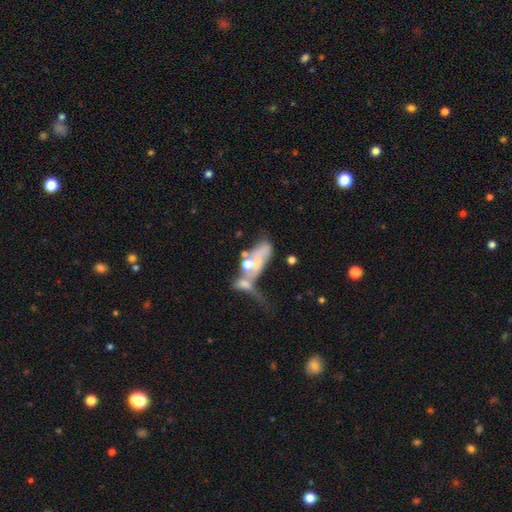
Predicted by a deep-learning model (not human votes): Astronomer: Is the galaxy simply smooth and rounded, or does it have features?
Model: featured or disk — 47% (runner-up: smooth, 42%).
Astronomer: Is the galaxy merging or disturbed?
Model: merger — 49% (runner-up: major disturbance, 28%).